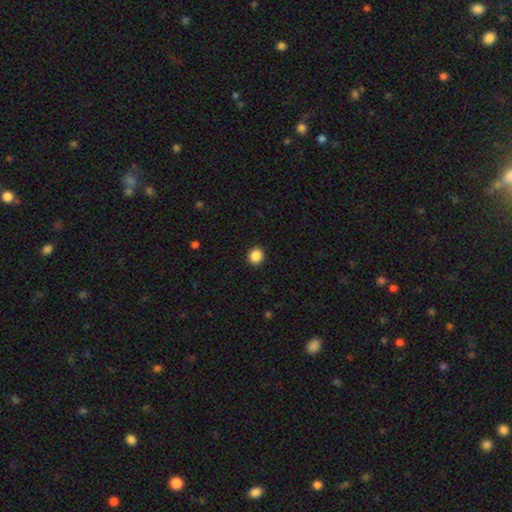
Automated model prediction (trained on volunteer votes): Morphology: type=smooth (88%); roundness=round (77%); merging=none (91%).